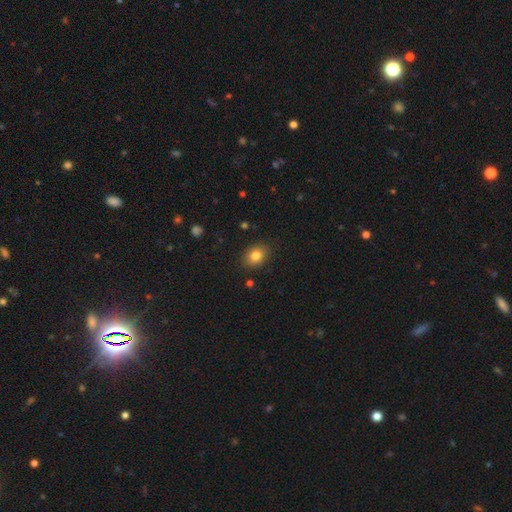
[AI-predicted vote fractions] This appears to be a smooth galaxy with no disk features (82%) that is in between round and cigar-shaped (63%). Merging: none (87%).